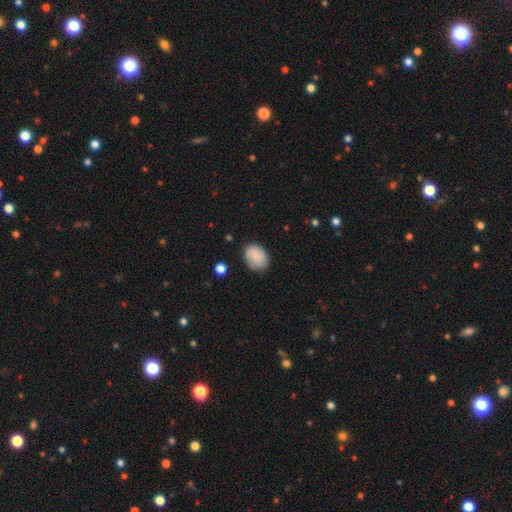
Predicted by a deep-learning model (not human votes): Smooth or featured?
  - smooth: 83% *
  - featured or disk: 9%
  - star or artifact: 7%
How rounded?
  - in between: 69% *
  - round: 30%
  - cigar-shaped: 1%
Merging?
  - none: 76% *
  - minor disturbance: 18%
  - major disturbance: 4%
  - merger: 2%